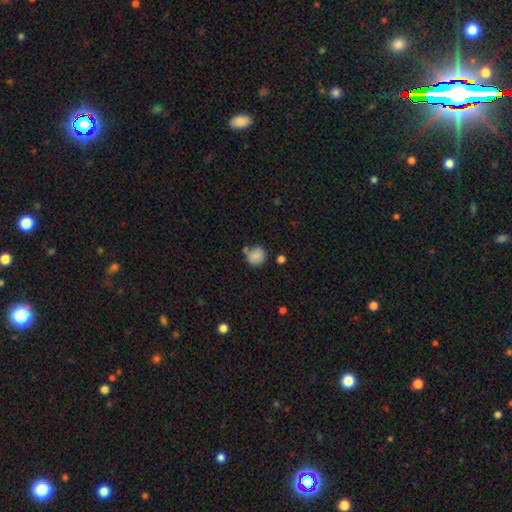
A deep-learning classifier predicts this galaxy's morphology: smooth_or_featured: smooth (p=0.83) [alt: star or artifact p=0.09]
how_rounded: round (p=0.89) [alt: in between p=0.10]
merging: none (p=0.69) [alt: minor disturbance p=0.16]